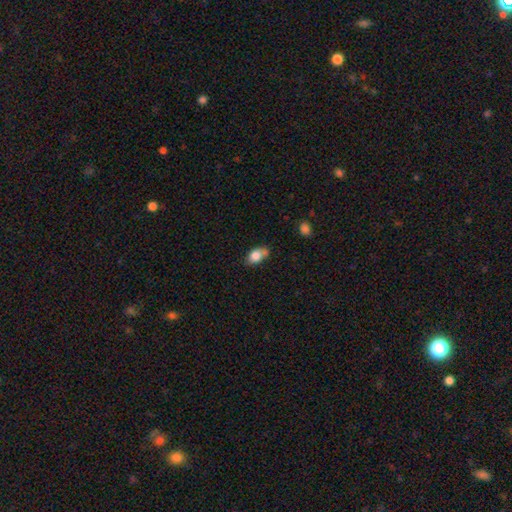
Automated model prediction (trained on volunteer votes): The model was most divided on "merging": none: 56%, minor disturbance: 27%, merger: 11%, major disturbance: 6%. More confident: how rounded — in between (83%); smooth or featured — smooth (80%).